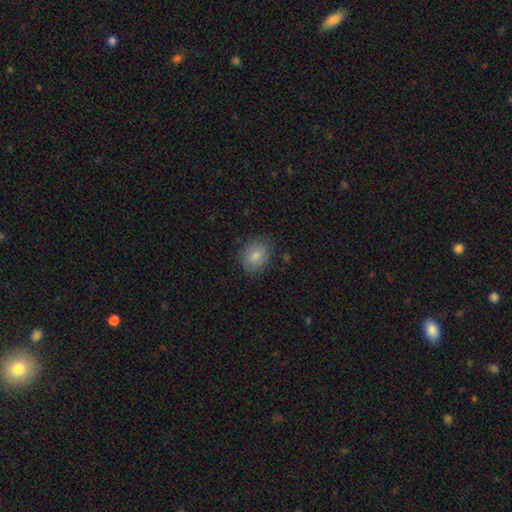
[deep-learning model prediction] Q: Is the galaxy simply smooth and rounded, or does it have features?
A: smooth — 81%.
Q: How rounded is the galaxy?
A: round — 56%.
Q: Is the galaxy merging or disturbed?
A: none — 80%.